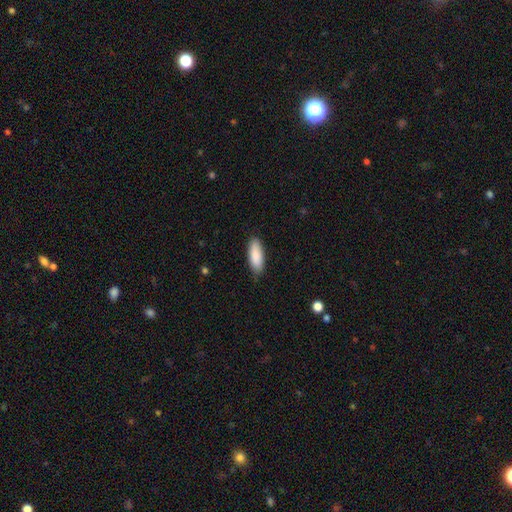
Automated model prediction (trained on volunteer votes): smooth 89%, featured or disk 6%, star or artifact 6%. Down the decision tree: how rounded — in between (71%); merging — none (84%).